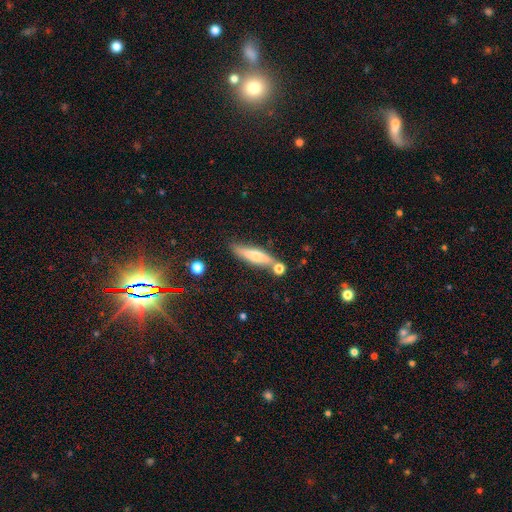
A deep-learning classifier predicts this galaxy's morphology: This is possibly a smooth galaxy (55%). How rounded: likely cigar-shaped (79%). Merging: likely none (66%).